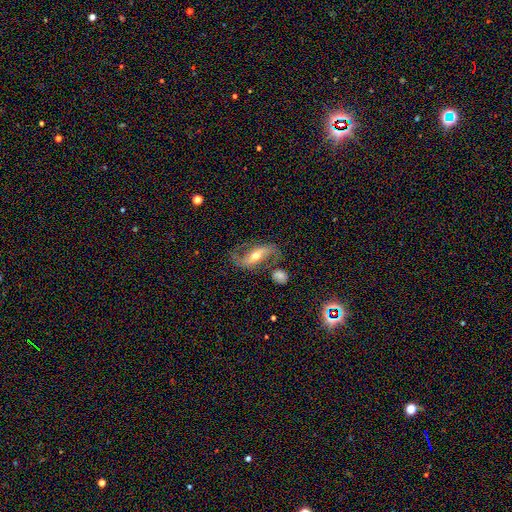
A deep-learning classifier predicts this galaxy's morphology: This is clearly a featured or disk galaxy (81%). It is clearly not viewed edge-on (92%). Bar: marginally strong (44%). Spiral arm pattern: clearly yes (92%). Spiral arm count: clearly 2 (90%). Spiral winding: possibly loose (55%). Central bulge: likely moderate (62%). Merging: likely none (66%).